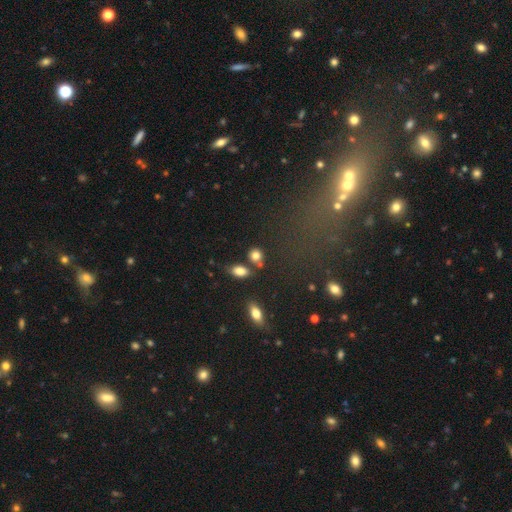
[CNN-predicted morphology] smooth 82%, star or artifact 10%, featured or disk 8%. Down the decision tree: how rounded — in between (57%); merging — none (63%).